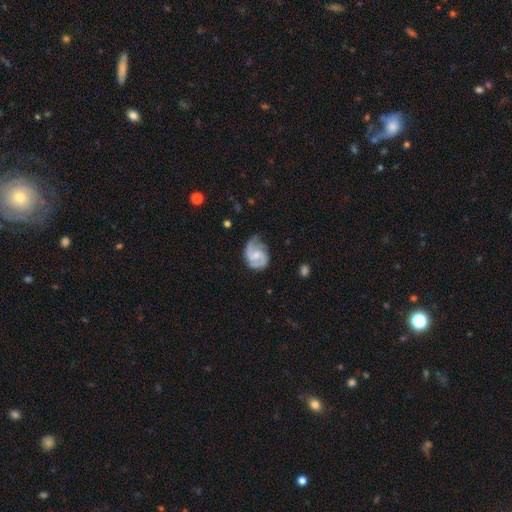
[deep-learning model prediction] featured or disk 84%, smooth 11%, star or artifact 5%. Down the decision tree: edge-on disk — no (98%); bar — no (48%); spiral arms — yes (96%); spiral arm count — 2 (79%); spiral winding — medium (51%); bulge size — small (48%); merging — none (56%).